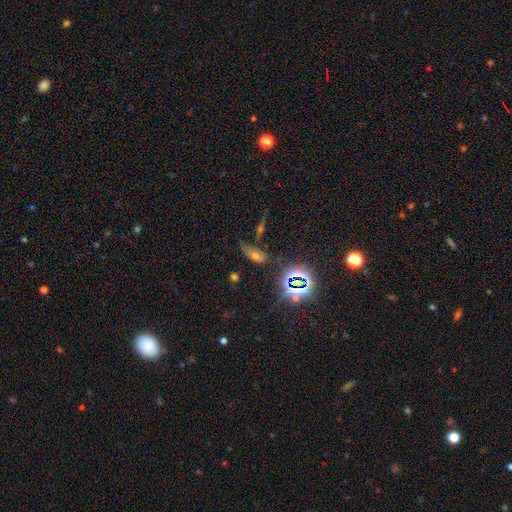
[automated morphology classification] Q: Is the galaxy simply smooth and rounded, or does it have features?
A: star or artifact — 43%.